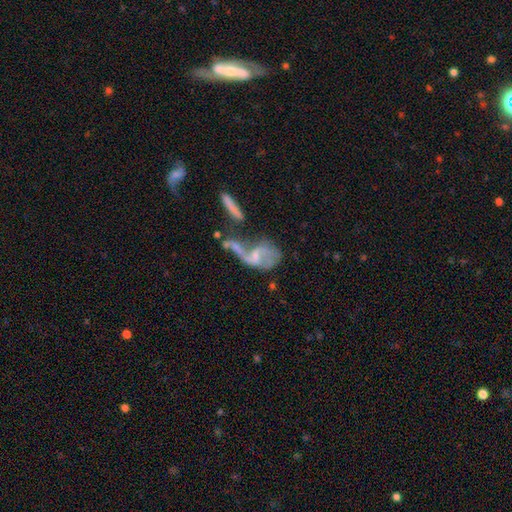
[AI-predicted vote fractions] Morphology: type=featured or disk (69%); edge-on=no (95%); bar=no (47%); spiral arms=yes (66%); bulge=small (44%); merging=merger (41%).